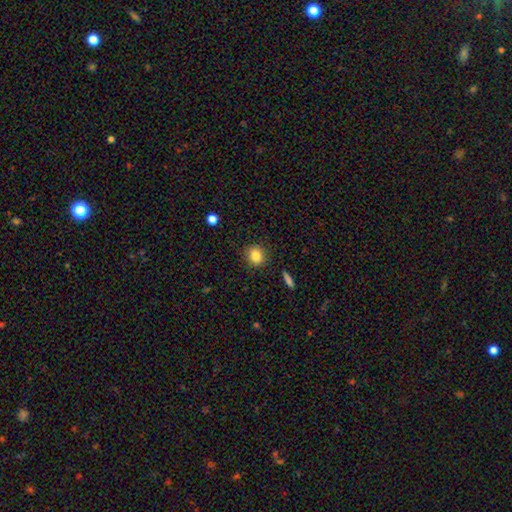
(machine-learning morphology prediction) The model was most divided on "how rounded": round: 76%, in between: 23%, cigar-shaped: 1%. More confident: merging — none (87%); smooth or featured — smooth (83%).